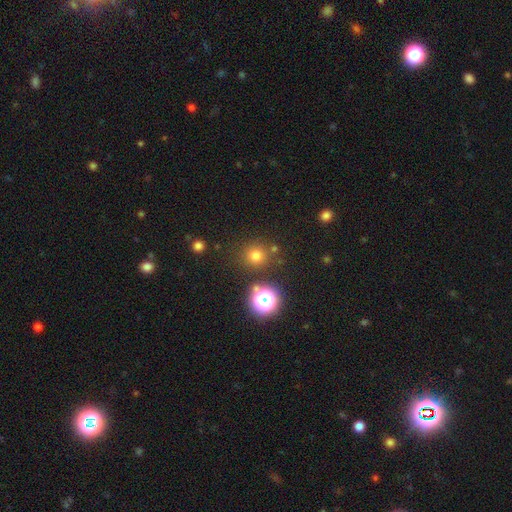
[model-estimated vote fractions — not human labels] smooth_or_featured: smooth (p=0.72) [alt: star or artifact p=0.21]
how_rounded: round (p=0.93) [alt: in between p=0.06]
merging: none (p=0.84) [alt: minor disturbance p=0.08]